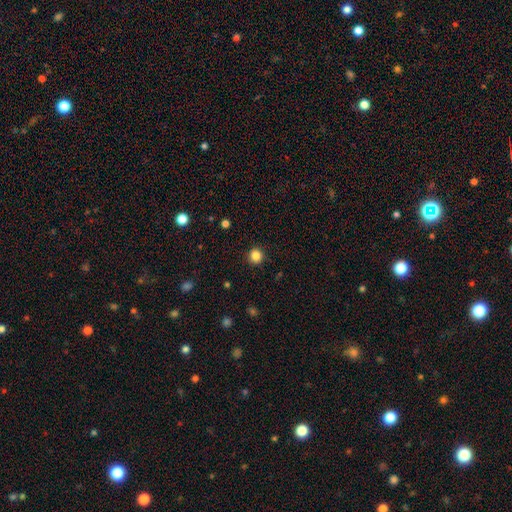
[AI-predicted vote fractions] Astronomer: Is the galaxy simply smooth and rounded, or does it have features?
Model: smooth — 85%.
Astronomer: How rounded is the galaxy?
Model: round — 94%.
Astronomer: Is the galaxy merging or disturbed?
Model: none — 92%.